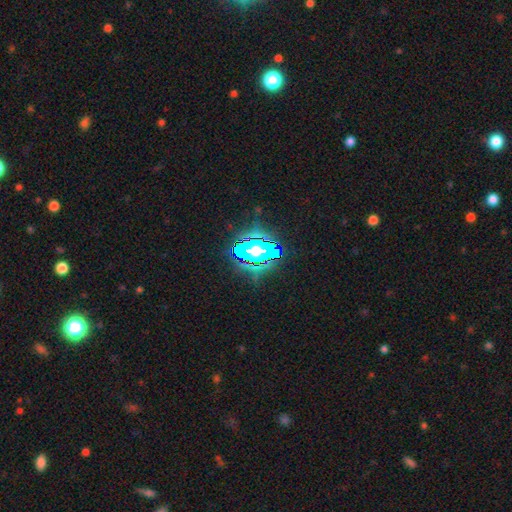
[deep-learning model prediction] This is likely a star or artifact rather than a galaxy (79%).